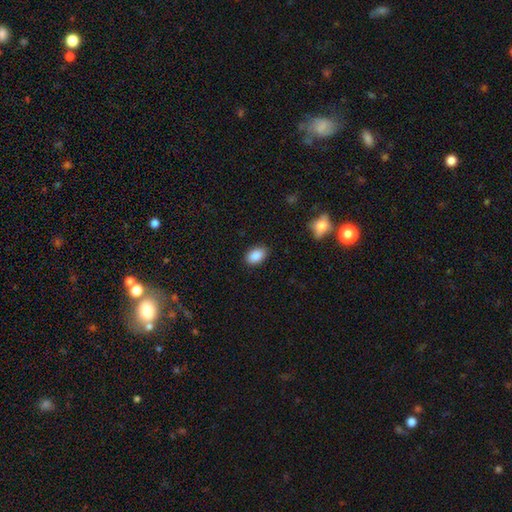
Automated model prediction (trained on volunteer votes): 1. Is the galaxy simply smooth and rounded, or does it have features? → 89% smooth, 8% star or artifact, 4% featured or disk.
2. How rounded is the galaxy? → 89% in between, 10% round, 1% cigar-shaped.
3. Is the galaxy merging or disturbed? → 87% none, 10% minor disturbance, 2% major disturbance, 1% merger.